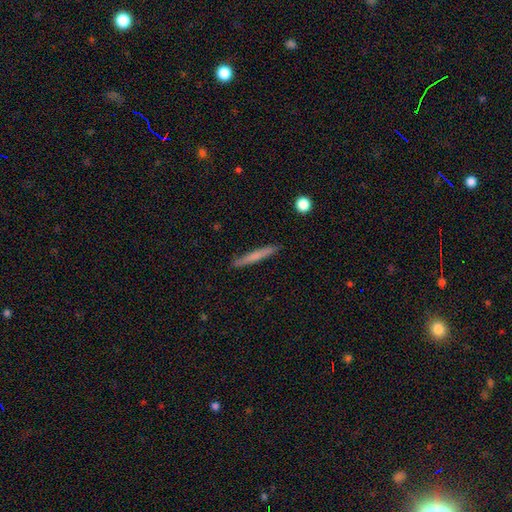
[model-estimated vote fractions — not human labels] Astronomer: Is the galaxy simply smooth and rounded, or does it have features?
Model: smooth — 63%.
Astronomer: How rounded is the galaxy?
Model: cigar-shaped — 96%.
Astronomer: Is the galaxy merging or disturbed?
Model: none — 90%.